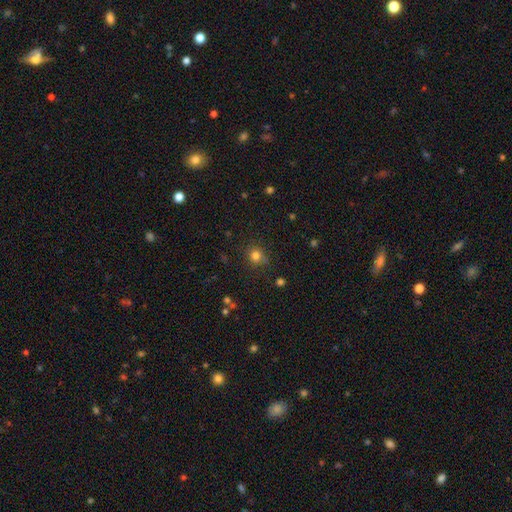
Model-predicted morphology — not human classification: smooth 80%, star or artifact 15%, featured or disk 6%. Down the decision tree: how rounded — round (88%); merging — none (81%).